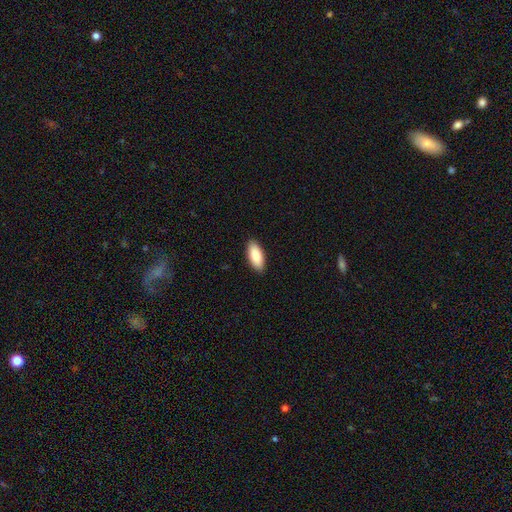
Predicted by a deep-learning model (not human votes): The model was most divided on "smooth or featured": smooth: 85%, featured or disk: 9%, star or artifact: 6%. More confident: merging — none (90%); how rounded — in between (88%).